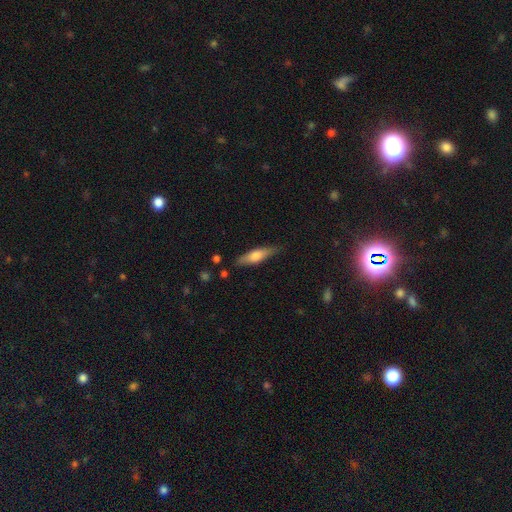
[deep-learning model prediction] A smooth galaxy with no disk features (59%) that is cigar-shaped (62%).

Vote fractions:
- Smooth or featured? smooth: 59% / featured or disk: 35% / star or artifact: 6%
- How rounded? cigar-shaped: 62% / in between: 36% / round: 2%
- Merging? none: 79% / minor disturbance: 16% / major disturbance: 3% / merger: 2%